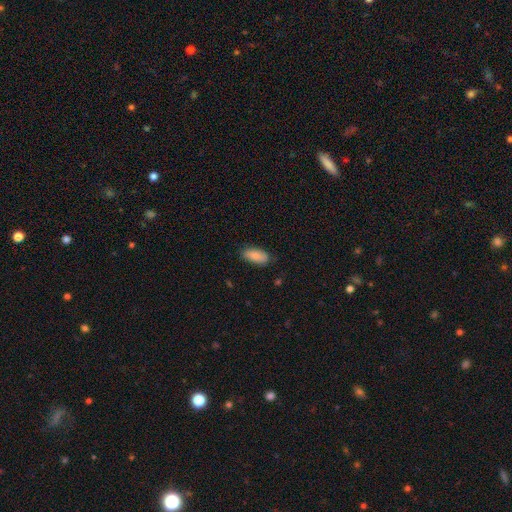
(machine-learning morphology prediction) Overall: smooth (87%). How rounded: in between (86%). Merging: none (83%).